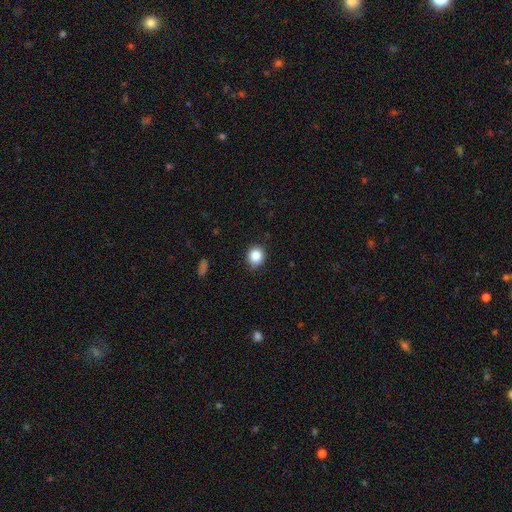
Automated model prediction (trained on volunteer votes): smooth-or-featured: smooth: 86% | star or artifact: 10% | featured or disk: 4%
  how-rounded: round: 81% | in between: 18% | cigar-shaped: 1%
  merging: none: 86% | minor disturbance: 11% | major disturbance: 2% | merger: 1%